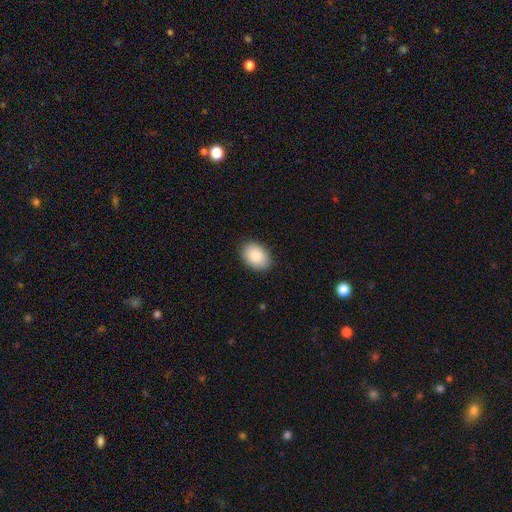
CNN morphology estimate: smooth_or_featured: smooth (p=0.87) [alt: featured or disk p=0.07]
how_rounded: in between (p=0.81) [alt: round p=0.18]
merging: none (p=0.89) [alt: minor disturbance p=0.08]